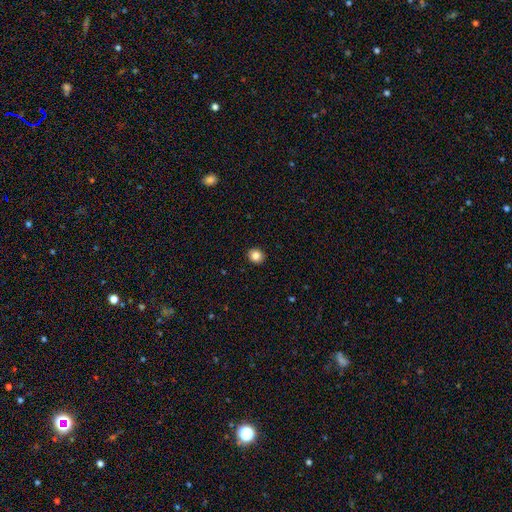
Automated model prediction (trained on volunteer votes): A smooth galaxy with no disk features (84%) that is round (78%). Merging: none (92%).